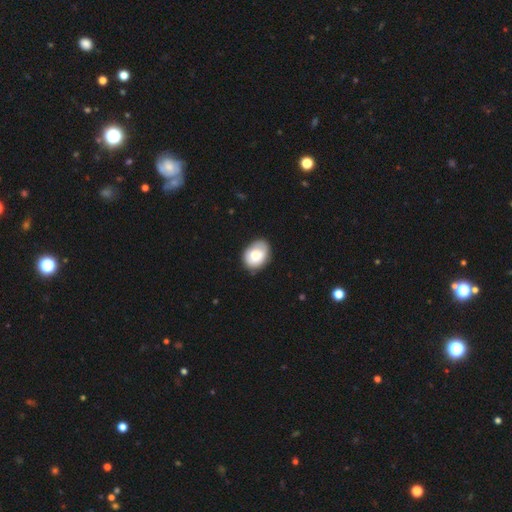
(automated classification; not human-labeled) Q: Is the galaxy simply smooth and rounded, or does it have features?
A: smooth — 77%.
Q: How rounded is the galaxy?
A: in between — 72%.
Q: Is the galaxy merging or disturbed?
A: none — 72%.